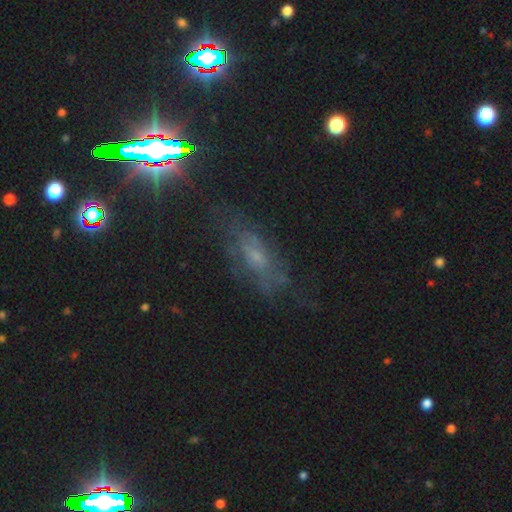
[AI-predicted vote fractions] A featured or disk galaxy (41%).

Vote fractions:
- Smooth or featured? featured or disk: 41% / star or artifact: 31% / smooth: 28%
- Merging? none: 64% / minor disturbance: 20% / major disturbance: 14% / merger: 2%